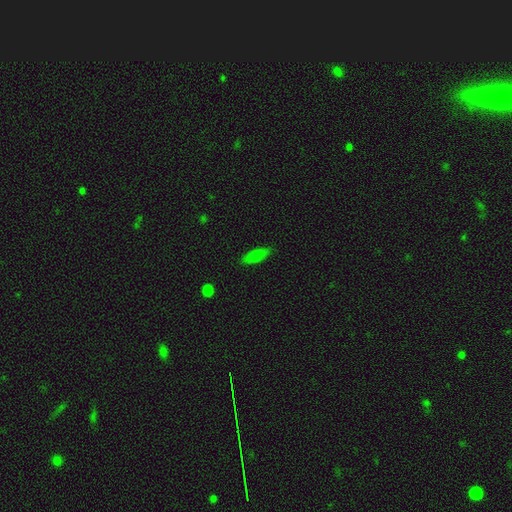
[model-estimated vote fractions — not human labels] Morphology: type=smooth (78%); roundness=cigar-shaped (50%); merging=none (86%).